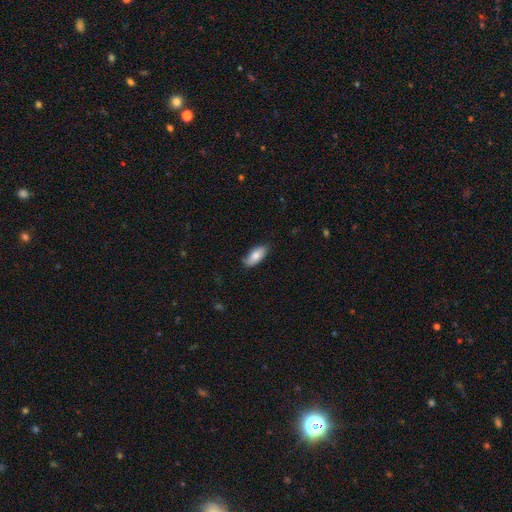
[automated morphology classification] type=smooth (78%); roundness=in between (88%); merging=none (78%).